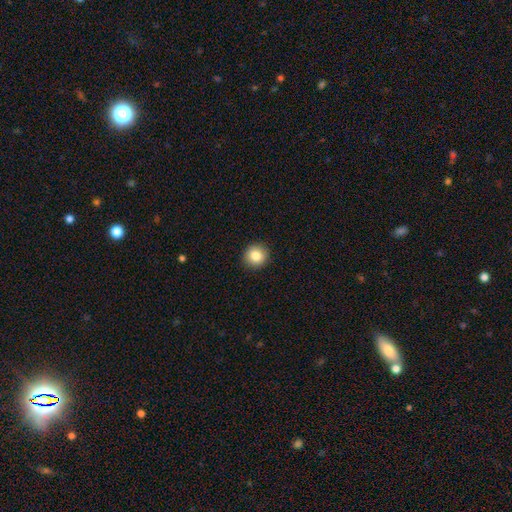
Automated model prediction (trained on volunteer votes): This is clearly a smooth galaxy (84%). How rounded: clearly round (92%). Merging: clearly none (92%).